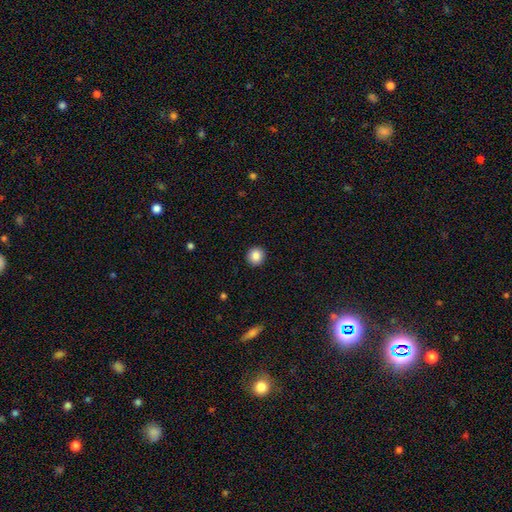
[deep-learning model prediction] A smooth galaxy with no disk features (86%) that is round (93%). Merging: none (93%).